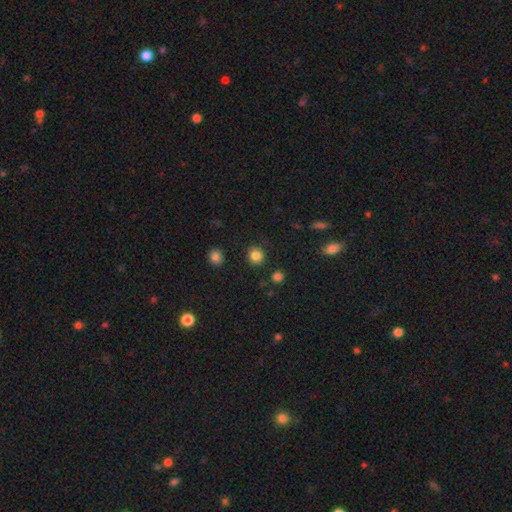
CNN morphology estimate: Overall: smooth (85%). How rounded: round (92%). Merging: none (89%).